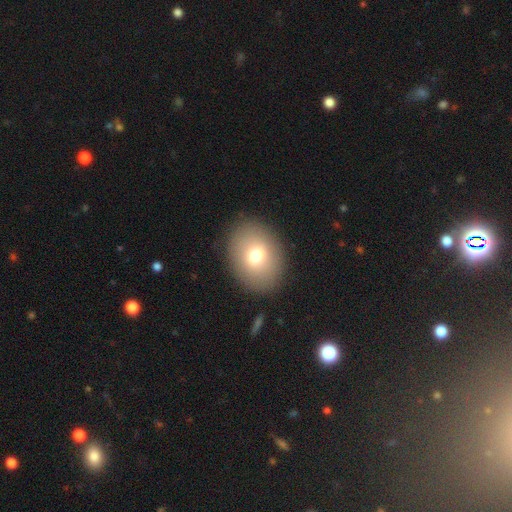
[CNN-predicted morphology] Smooth or featured? Predicted: smooth (p=0.73). How rounded? Predicted: in between (p=0.64). Merging? Predicted: none (p=0.88).